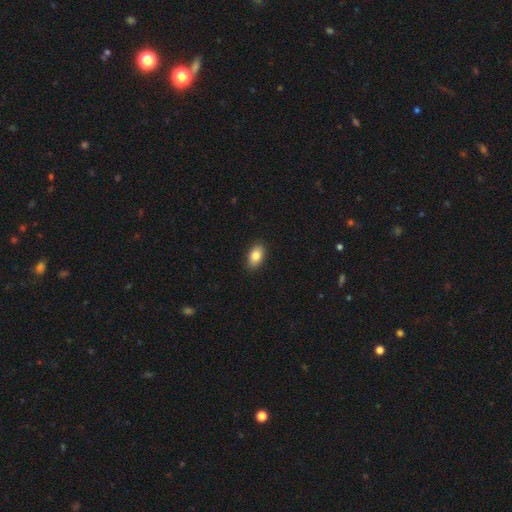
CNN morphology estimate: A smooth galaxy with no disk features (84%) that is in between round and cigar-shaped (91%).

Vote fractions:
- Smooth or featured? smooth: 84% / featured or disk: 9% / star or artifact: 7%
- How rounded? in between: 91% / round: 6% / cigar-shaped: 3%
- Merging? none: 89% / minor disturbance: 8% / major disturbance: 2% / merger: 1%